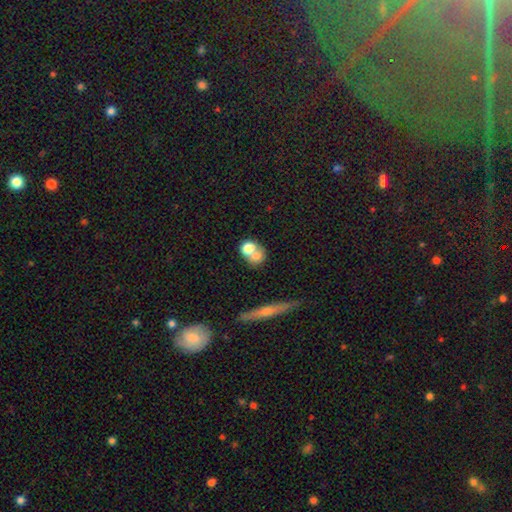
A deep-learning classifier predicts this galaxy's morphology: A smooth galaxy with no disk features (68%) that is round (65%). Merging: merger (58%).